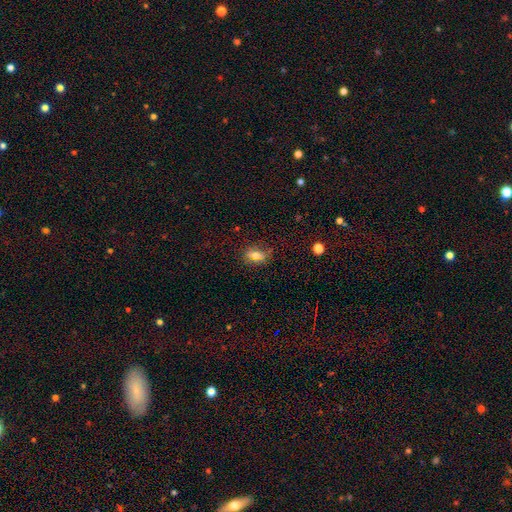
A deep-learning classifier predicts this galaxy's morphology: Overall: smooth (61%; featured or disk 22%). How rounded: in between (66%). Merging: none (80%).